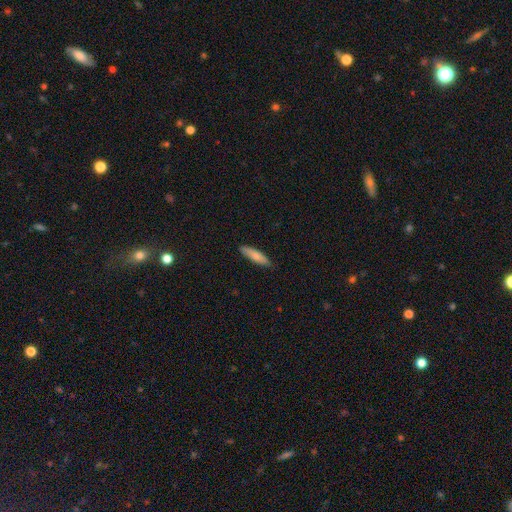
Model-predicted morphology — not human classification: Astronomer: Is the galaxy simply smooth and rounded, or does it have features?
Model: smooth — 80%.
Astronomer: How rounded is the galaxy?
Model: cigar-shaped — 70%.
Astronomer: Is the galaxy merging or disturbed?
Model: none — 85%.